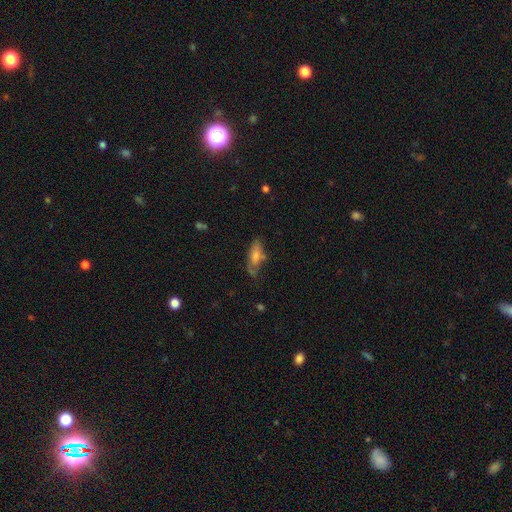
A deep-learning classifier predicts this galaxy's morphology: Smooth or featured? Predicted: smooth (p=0.57). How rounded? Predicted: in between (p=0.60). Merging? Predicted: none (p=0.58).